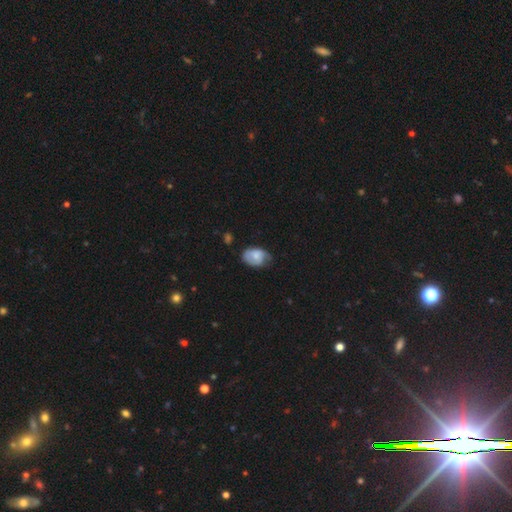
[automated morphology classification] A smooth galaxy with no disk features (62%) that is in between round and cigar-shaped (83%).

Vote fractions:
- Smooth or featured? smooth: 62% / featured or disk: 31% / star or artifact: 7%
- How rounded? in between: 83% / round: 16% / cigar-shaped: 1%
- Merging? none: 52% / minor disturbance: 37% / major disturbance: 10% / merger: 2%